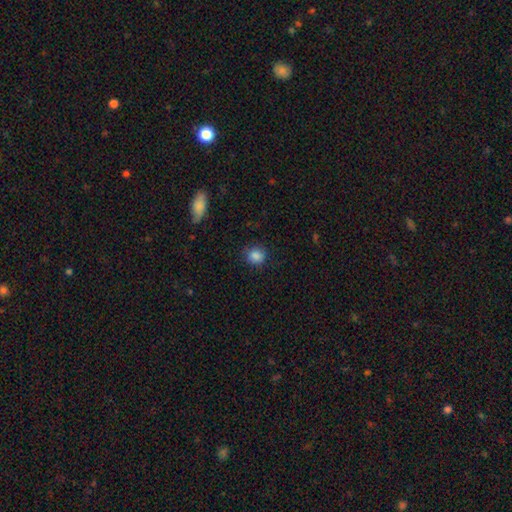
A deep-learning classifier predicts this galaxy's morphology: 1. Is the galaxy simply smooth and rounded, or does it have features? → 86% smooth, 10% star or artifact, 4% featured or disk.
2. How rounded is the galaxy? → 85% round, 14% in between, 1% cigar-shaped.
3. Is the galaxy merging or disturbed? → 86% none, 10% minor disturbance, 3% major disturbance, 1% merger.